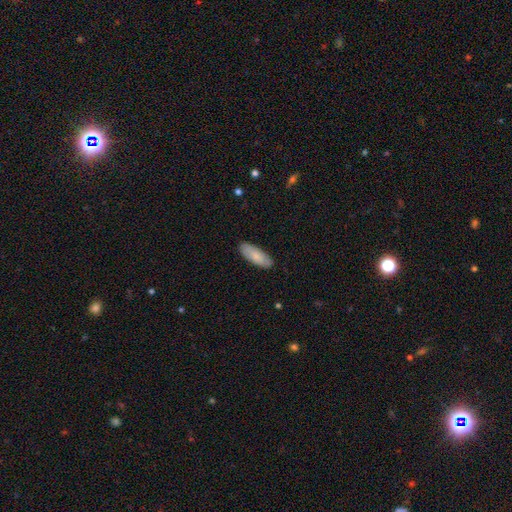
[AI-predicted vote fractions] Smooth or featured: smooth — 82% (featured or disk — 12%)
How rounded: in between — 74% (cigar-shaped — 24%)
Merging: none — 87% (minor disturbance — 10%)